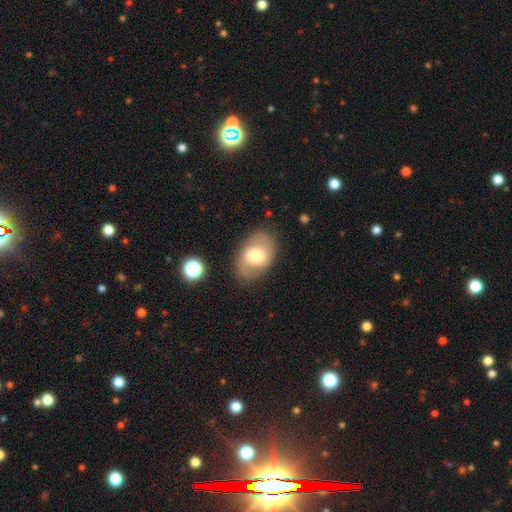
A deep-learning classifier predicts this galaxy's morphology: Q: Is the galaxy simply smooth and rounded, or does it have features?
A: smooth — 54%.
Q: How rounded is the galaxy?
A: in between — 82%.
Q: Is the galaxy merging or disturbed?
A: none — 75%.